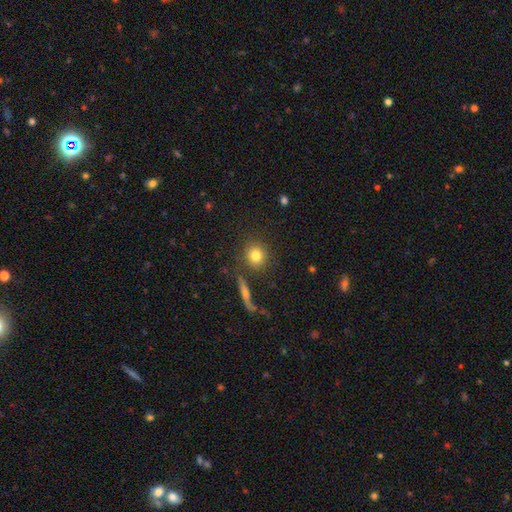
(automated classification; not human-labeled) Smooth or featured?
  - smooth: 80% *
  - star or artifact: 11%
  - featured or disk: 9%
How rounded?
  - round: 87% *
  - in between: 11%
  - cigar-shaped: 2%
Merging?
  - none: 83% *
  - minor disturbance: 8%
  - merger: 6%
  - major disturbance: 3%